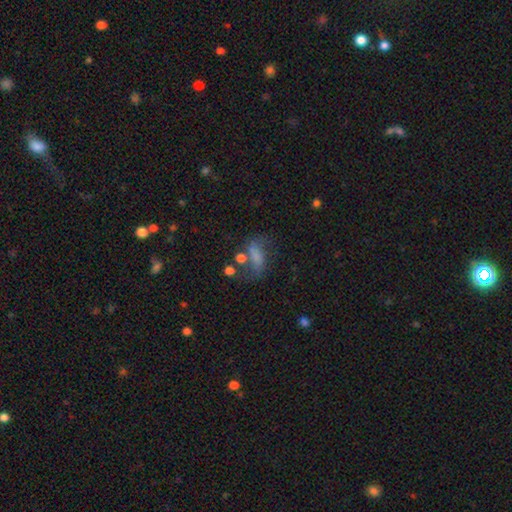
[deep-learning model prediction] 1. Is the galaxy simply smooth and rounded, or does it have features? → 44% featured or disk, 41% smooth, 15% star or artifact.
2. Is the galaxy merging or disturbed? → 42% none, 22% major disturbance, 21% minor disturbance, 14% merger.